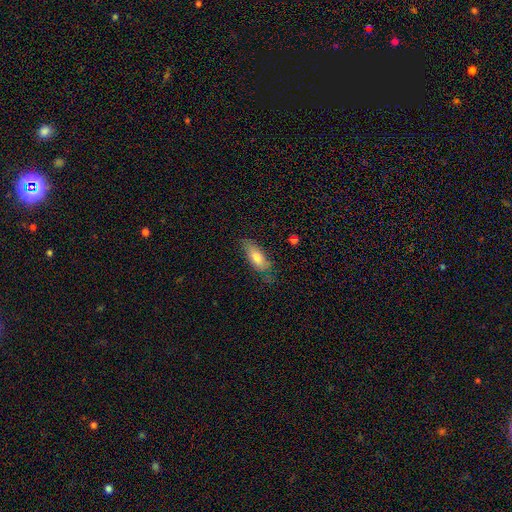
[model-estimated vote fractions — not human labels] This is likely a smooth galaxy (73%). How rounded: likely in between (67%). Merging: likely none (71%).